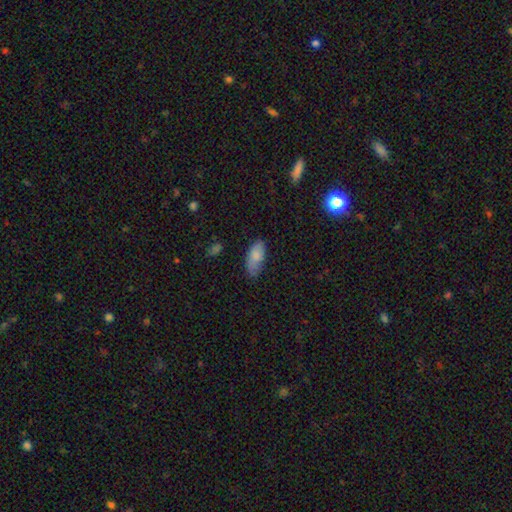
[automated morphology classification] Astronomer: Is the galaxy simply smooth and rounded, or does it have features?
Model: smooth — 80%.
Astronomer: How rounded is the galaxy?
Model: in between — 90%.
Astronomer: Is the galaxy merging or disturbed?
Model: none — 59%.